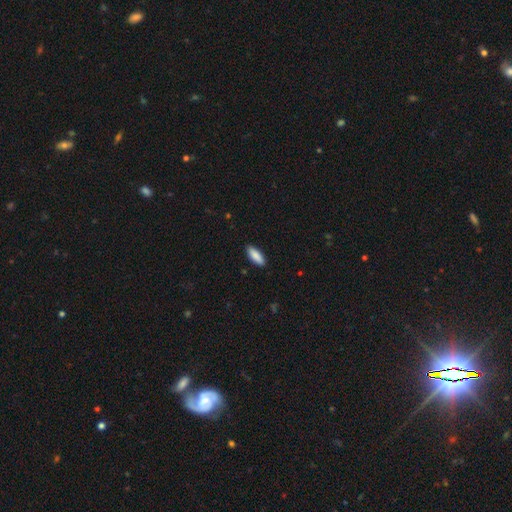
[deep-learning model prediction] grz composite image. It shows a smooth galaxy with no disk features (89%) that is in between round and cigar-shaped (69%). Merging: none (90%).